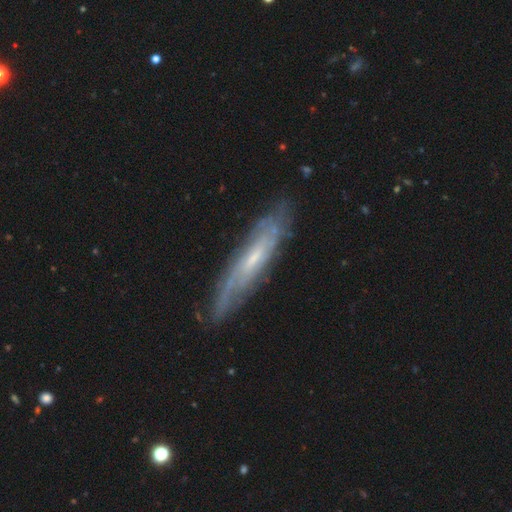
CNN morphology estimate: This is likely a featured or disk galaxy (73%). It is possibly not viewed edge-on (55%). Merging: likely none (76%).